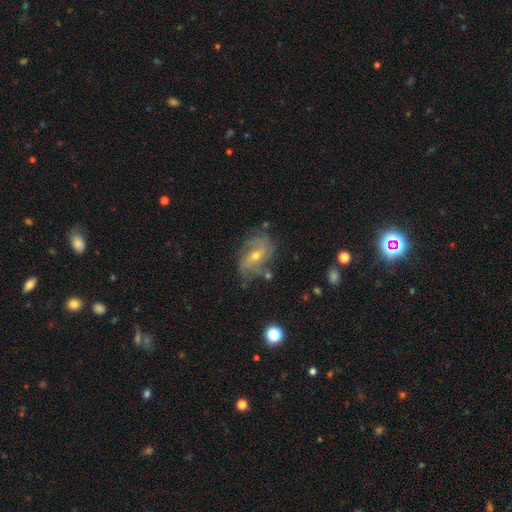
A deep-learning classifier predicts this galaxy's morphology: featured or disk 78%, smooth 13%, star or artifact 9%. Down the decision tree: edge-on disk — no (95%); bar — weak (43%, tied with no); spiral arms — yes (91%); spiral arm count — 2 (40%); spiral winding — medium (41%); bulge size — small (50%); merging — none (67%).